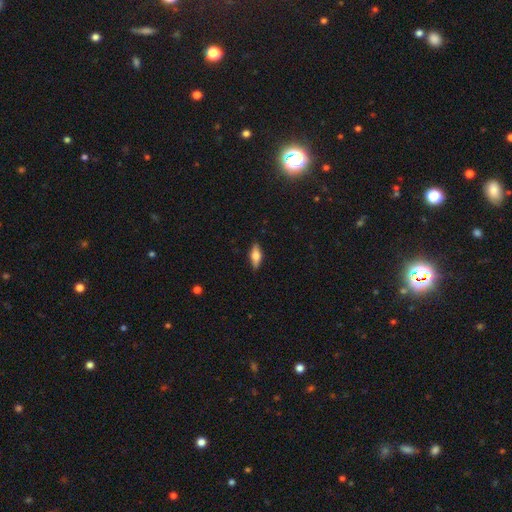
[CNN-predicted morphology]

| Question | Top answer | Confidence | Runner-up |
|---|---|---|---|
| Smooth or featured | smooth | 60% | featured or disk (34%) |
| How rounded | in between | 67% | cigar-shaped (30%) |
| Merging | none | 88% | minor disturbance (9%) |